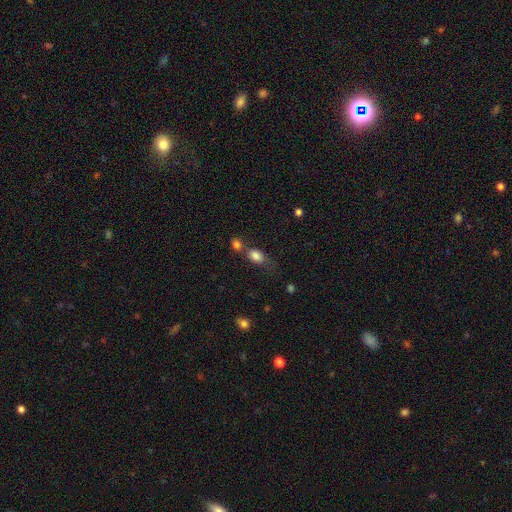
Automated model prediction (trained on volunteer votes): A smooth galaxy with no disk features (82%) that is in between round and cigar-shaped (77%). Merging: none (40%).